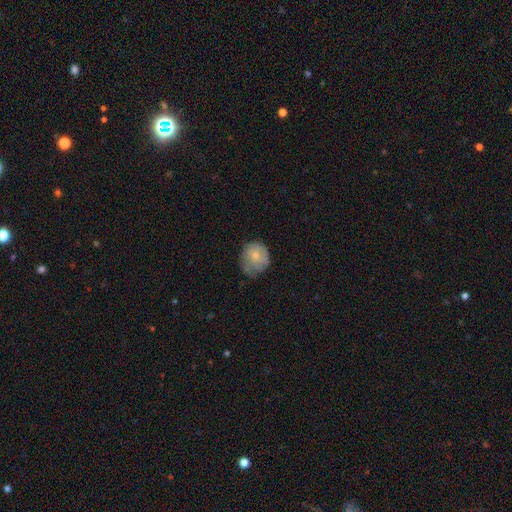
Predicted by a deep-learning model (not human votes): This is likely a smooth galaxy (64%). How rounded: likely round (75%). Merging: possibly none (53%).